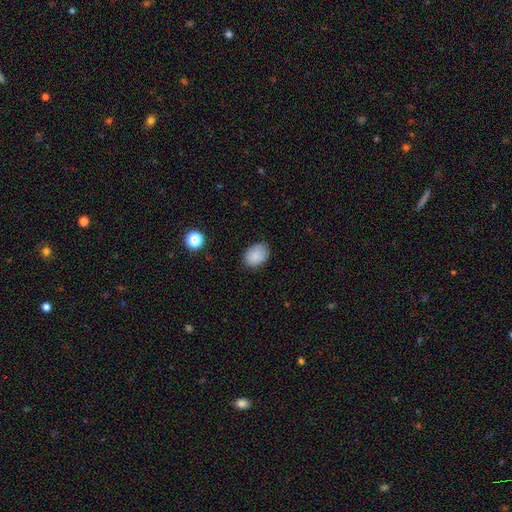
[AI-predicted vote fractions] smooth-or-featured: smooth: 87% | star or artifact: 9% | featured or disk: 5%
  how-rounded: in between: 70% | round: 29% | cigar-shaped: 1%
  merging: none: 81% | minor disturbance: 15% | major disturbance: 3% | merger: 1%